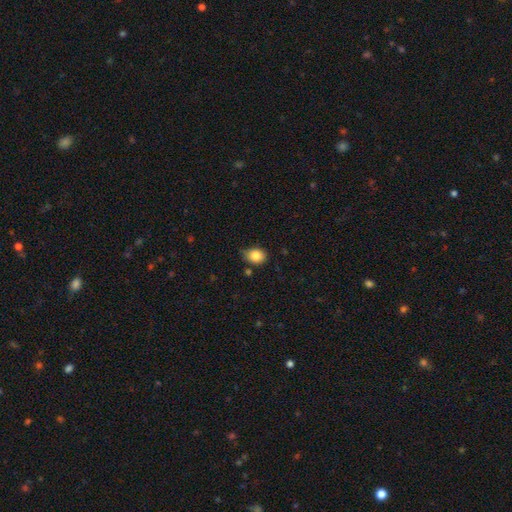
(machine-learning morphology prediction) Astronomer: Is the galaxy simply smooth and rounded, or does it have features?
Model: smooth — 84%.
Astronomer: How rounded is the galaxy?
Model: round — 51% (runner-up: in between, 48%).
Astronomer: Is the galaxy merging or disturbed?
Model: none — 69%.